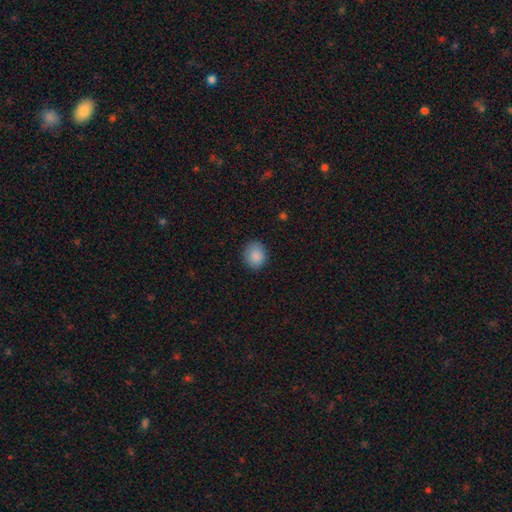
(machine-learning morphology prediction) Q: Smooth or featured?
A: smooth (88%); runner-up: star or artifact (8%)
Q: How rounded?
A: round (72%); runner-up: in between (27%)
Q: Merging?
A: none (86%); runner-up: minor disturbance (10%)